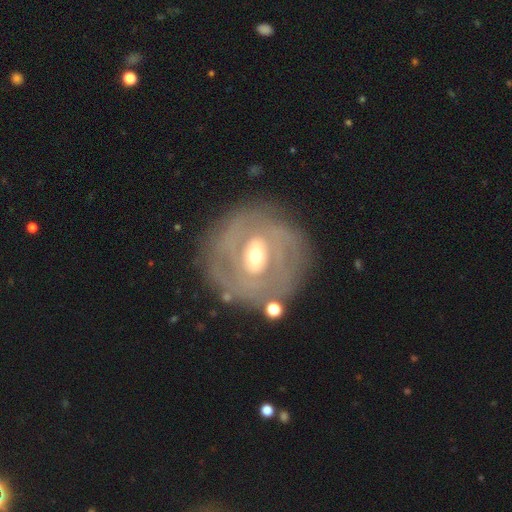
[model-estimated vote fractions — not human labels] Smooth or featured?
  - featured or disk: 80% *
  - smooth: 14%
  - star or artifact: 6%
Edge-on disk?
  - no: 96% *
  - yes: 4%
Bar?
  - weak: 46% *
  - no: 27%
  - strong: 27%
Spiral arms?
  - yes: 77% *
  - no: 23%
Spiral winding?
  - tight: 74% *
  - medium: 19%
  - loose: 7%
Spiral arm count?
  - can't tell: 43% *
  - 2: 28%
  - 3: 12%
  - 4: 6%
  - 1: 6%
  - more than 4: 5%
Bulge size?
  - moderate: 63% *
  - small: 27%
  - large: 8%
  - dominant: 1%
  - none: 1%
Merging?
  - none: 78% *
  - minor disturbance: 13%
  - major disturbance: 6%
  - merger: 2%